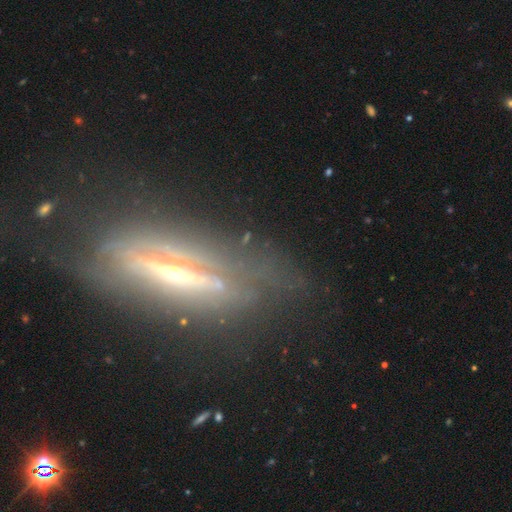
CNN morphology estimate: A featured or disk galaxy (81%) viewed edge-on (80%) with a rounded central bulge (75%). Merging: none (62%).